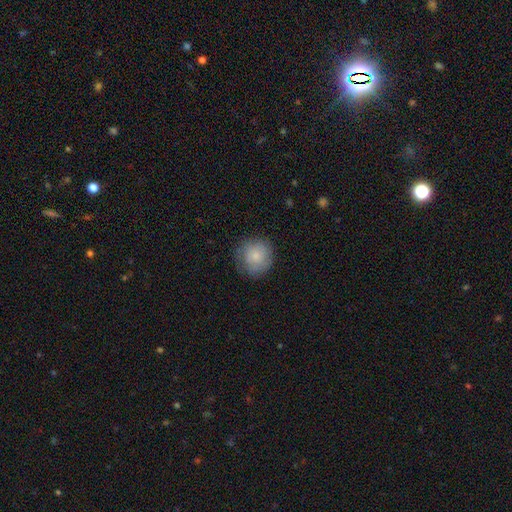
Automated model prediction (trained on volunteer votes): Overall: smooth (80%). How rounded: round (92%). Merging: none (79%).